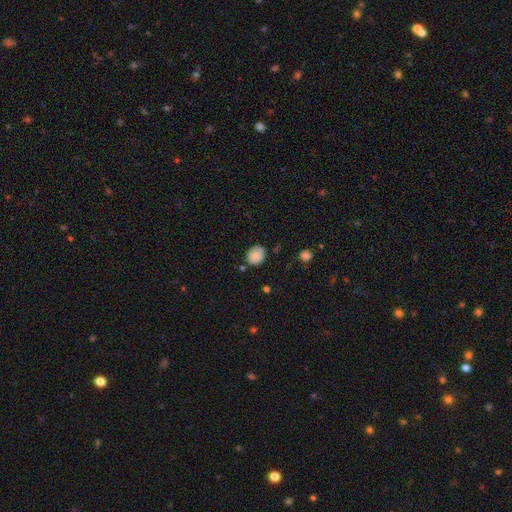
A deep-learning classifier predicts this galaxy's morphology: Smooth or featured?
  - smooth: 85% *
  - star or artifact: 9%
  - featured or disk: 7%
How rounded?
  - round: 67% *
  - in between: 32%
  - cigar-shaped: 1%
Merging?
  - none: 77% *
  - minor disturbance: 16%
  - merger: 4%
  - major disturbance: 3%